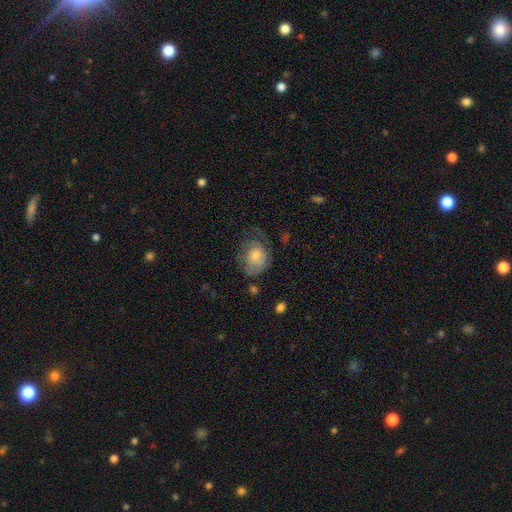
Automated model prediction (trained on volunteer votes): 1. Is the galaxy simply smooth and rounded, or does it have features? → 55% smooth, 37% featured or disk, 8% star or artifact.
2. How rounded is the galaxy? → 58% in between, 41% round, 1% cigar-shaped.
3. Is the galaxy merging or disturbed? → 44% none, 30% minor disturbance, 23% major disturbance, 2% merger.